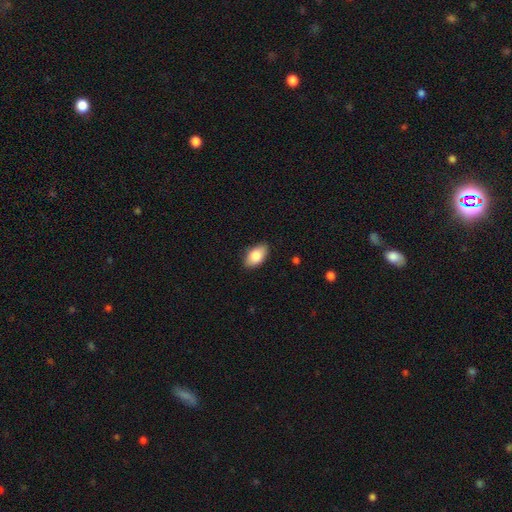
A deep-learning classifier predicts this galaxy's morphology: smooth-or-featured: smooth: 82% | featured or disk: 11% | star or artifact: 7%
  how-rounded: in between: 93% | round: 5% | cigar-shaped: 2%
  merging: none: 86% | minor disturbance: 11% | major disturbance: 2% | merger: 1%